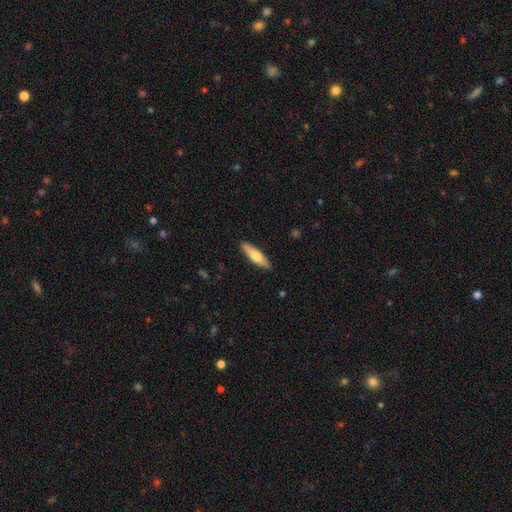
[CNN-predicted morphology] Smooth or featured? smooth (64%)
How rounded? cigar-shaped (68%)
Merging? none (90%)